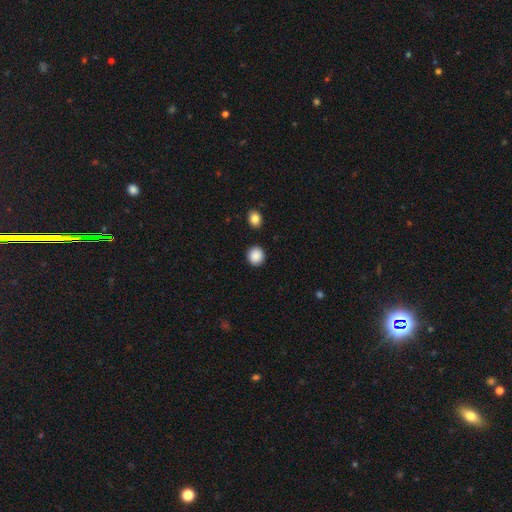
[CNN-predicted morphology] Smooth or featured? smooth (89%)
How rounded? round (87%)
Merging? none (90%)